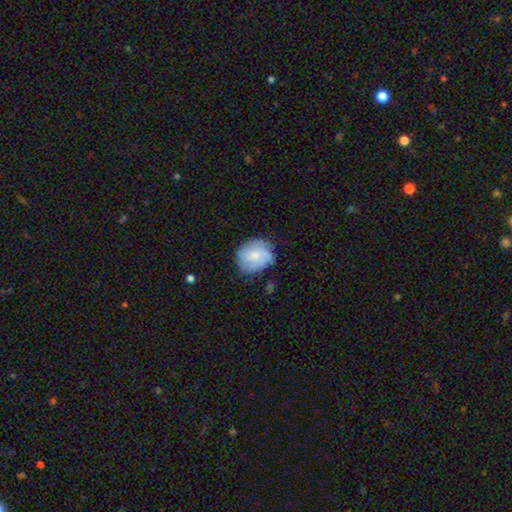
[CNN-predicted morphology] type=smooth (53%); roundness=round (64%); merging=none (64%).